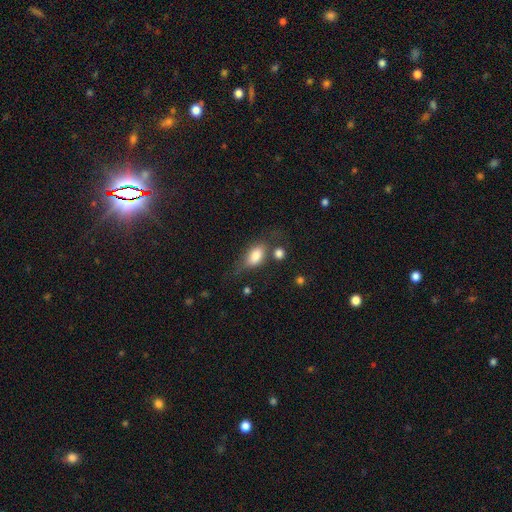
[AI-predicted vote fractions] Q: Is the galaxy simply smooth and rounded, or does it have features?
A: smooth — 75%.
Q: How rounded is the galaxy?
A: in between — 85%.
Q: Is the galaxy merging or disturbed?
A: none — 49%.